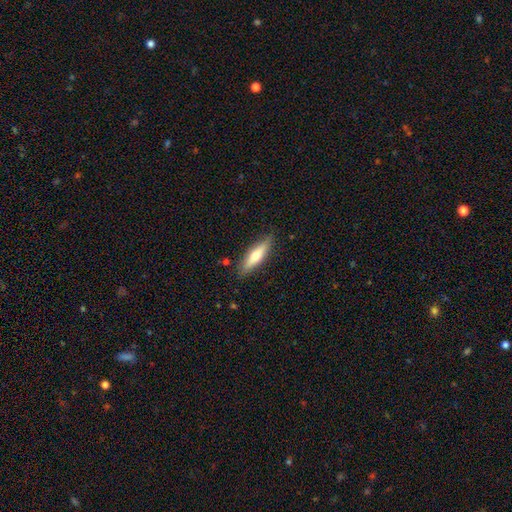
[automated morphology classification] Q: Smooth or featured?
A: smooth (59%); runner-up: featured or disk (35%)
Q: How rounded?
A: cigar-shaped (68%); runner-up: in between (30%)
Q: Merging?
A: none (85%); runner-up: minor disturbance (11%)